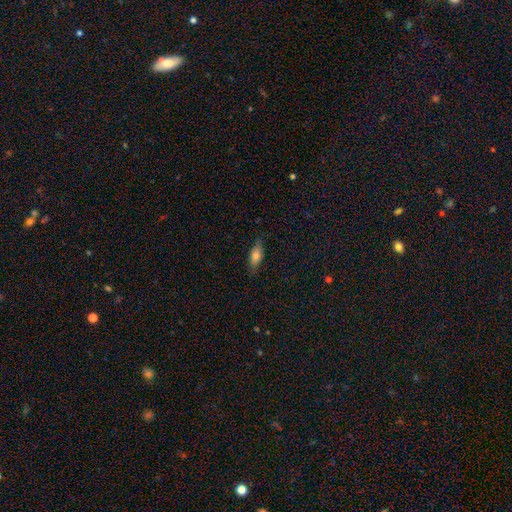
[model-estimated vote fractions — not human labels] Morphology: type=smooth (73%); roundness=in between (76%); merging=none (80%).